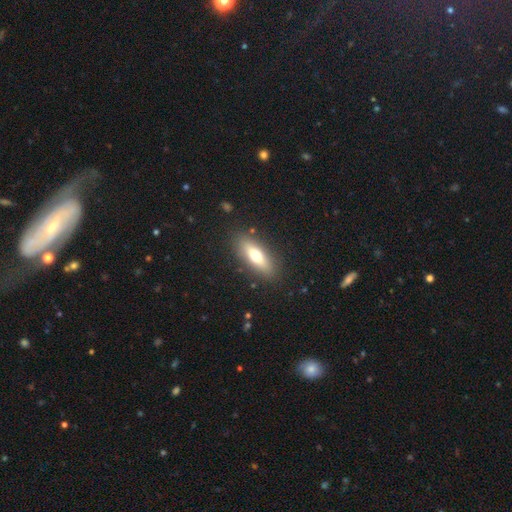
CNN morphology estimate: A smooth galaxy with no disk features (64%) that is in between round and cigar-shaped (63%).

Vote fractions:
- Smooth or featured? smooth: 64% / featured or disk: 28% / star or artifact: 7%
- How rounded? in between: 63% / cigar-shaped: 35% / round: 3%
- Merging? none: 86% / minor disturbance: 10% / major disturbance: 3% / merger: 2%